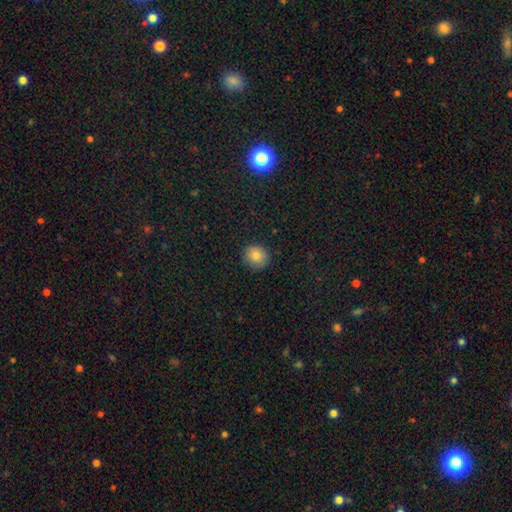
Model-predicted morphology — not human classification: This appears to be a smooth galaxy with no disk features (81%) that is round (88%). Merging: none (88%).